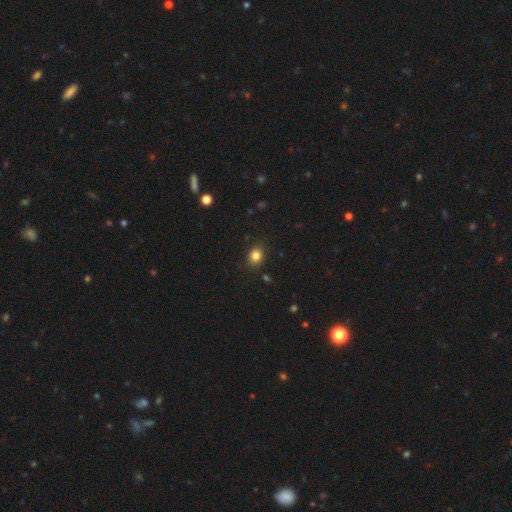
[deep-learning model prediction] This is clearly a smooth galaxy (83%). How rounded: likely round (65%). Merging: clearly none (88%).